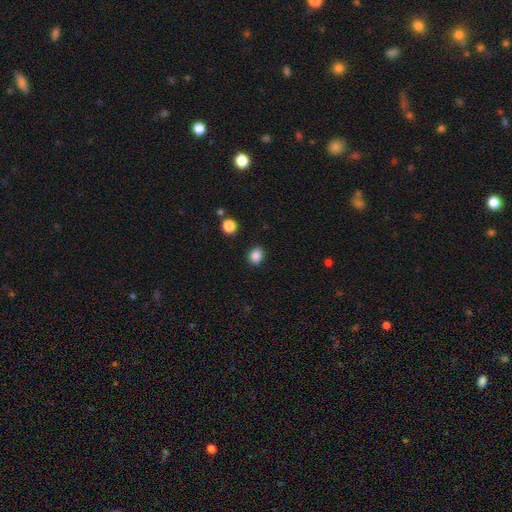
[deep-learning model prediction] smooth 87%, star or artifact 10%, featured or disk 3%. Down the decision tree: how rounded — round (51%); merging — none (86%).